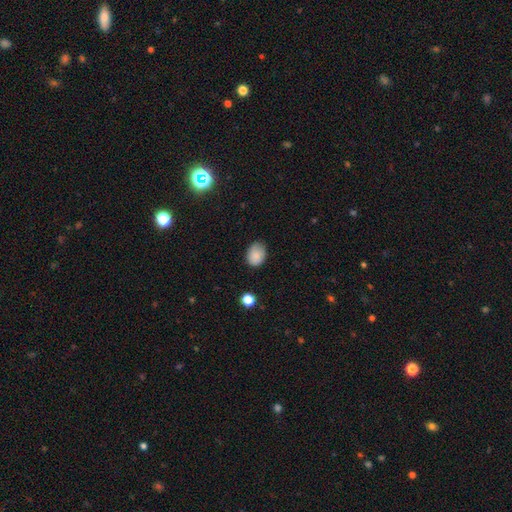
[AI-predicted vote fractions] Overall: smooth (85%). How rounded: in between (65%; round 34%). Merging: none (76%).